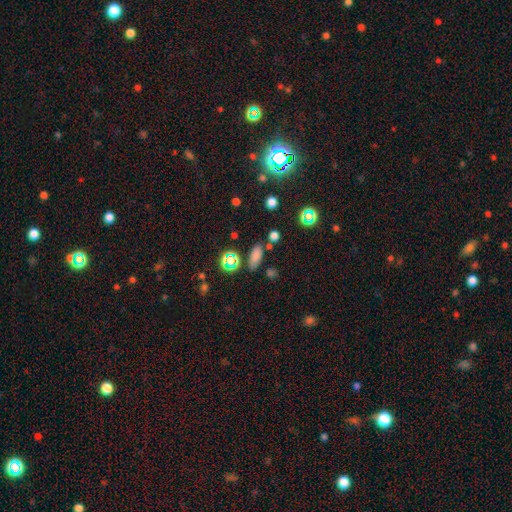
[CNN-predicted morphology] The model was most divided on "smooth or featured": smooth: 73%, star or artifact: 19%, featured or disk: 8%. More confident: merging — none (77%); how rounded — in between (74%).